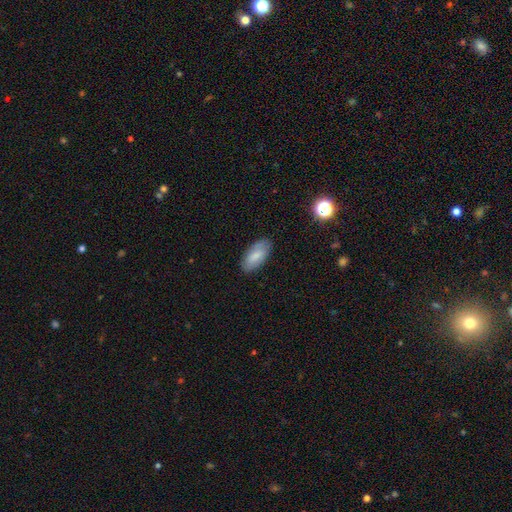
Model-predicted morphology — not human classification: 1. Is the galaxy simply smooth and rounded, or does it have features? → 69% smooth, 24% featured or disk, 7% star or artifact.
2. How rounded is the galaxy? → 92% in between, 6% cigar-shaped, 2% round.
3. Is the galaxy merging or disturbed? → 83% none, 13% minor disturbance, 3% major disturbance, 1% merger.